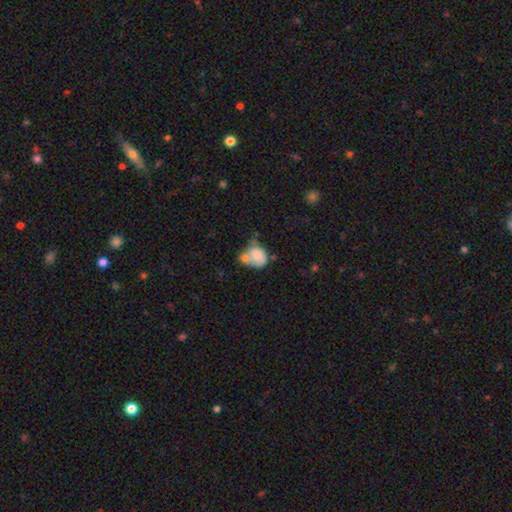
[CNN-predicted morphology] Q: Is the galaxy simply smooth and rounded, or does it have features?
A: smooth — 76%.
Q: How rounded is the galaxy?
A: round — 53%.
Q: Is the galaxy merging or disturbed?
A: merger — 46%.